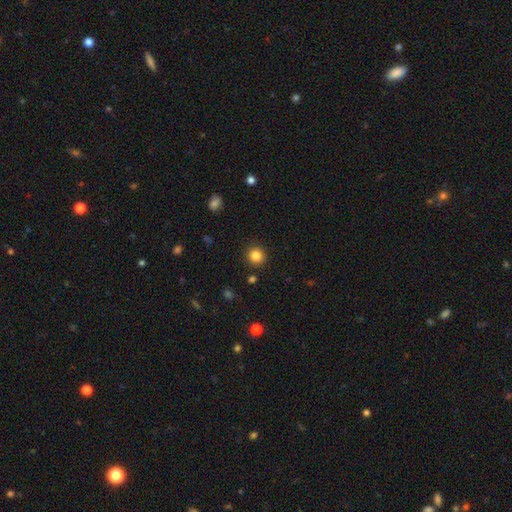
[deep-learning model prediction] Smooth or featured?
  - smooth: 85% *
  - star or artifact: 12%
  - featured or disk: 4%
How rounded?
  - round: 93% *
  - in between: 6%
  - cigar-shaped: 1%
Merging?
  - none: 90% *
  - minor disturbance: 6%
  - major disturbance: 2%
  - merger: 2%